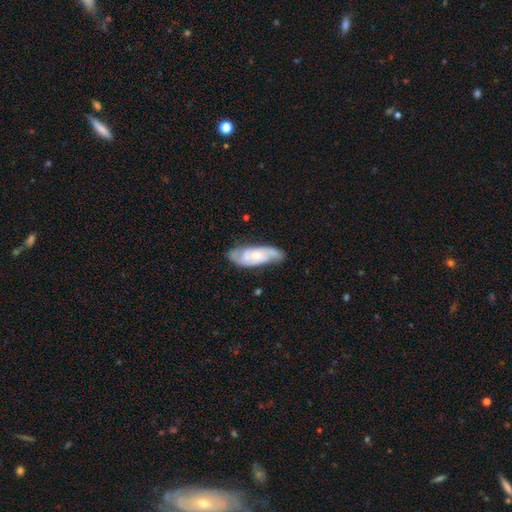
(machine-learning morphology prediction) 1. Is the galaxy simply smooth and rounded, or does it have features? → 65% featured or disk, 30% smooth, 6% star or artifact.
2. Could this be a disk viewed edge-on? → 88% no, 12% yes.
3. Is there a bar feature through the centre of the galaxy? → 67% no, 27% weak, 6% strong.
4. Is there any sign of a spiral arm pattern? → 88% yes, 12% no.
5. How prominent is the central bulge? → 52% small, 37% moderate, 5% none, 4% large, 1% dominant.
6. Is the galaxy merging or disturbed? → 70% none, 22% minor disturbance, 6% major disturbance, 2% merger.